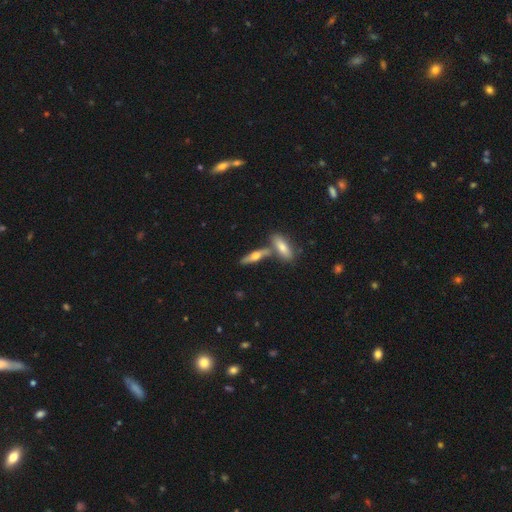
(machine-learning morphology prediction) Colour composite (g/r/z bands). It shows a featured or disk galaxy (48%). Merging: none (60%).